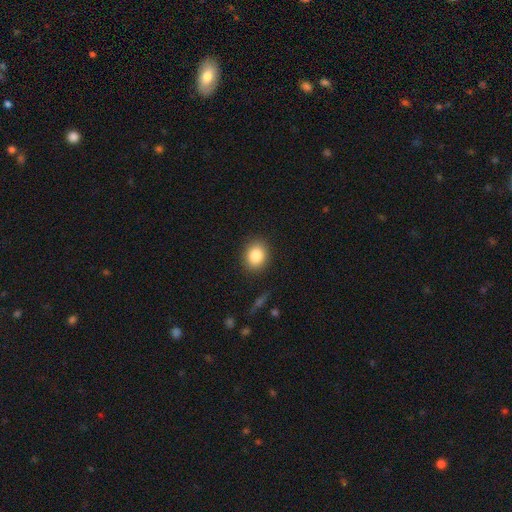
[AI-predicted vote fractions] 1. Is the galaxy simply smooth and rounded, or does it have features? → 84% smooth, 9% star or artifact, 7% featured or disk.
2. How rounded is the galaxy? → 56% round, 43% in between, 1% cigar-shaped.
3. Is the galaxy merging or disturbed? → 88% none, 8% minor disturbance, 2% major disturbance, 1% merger.